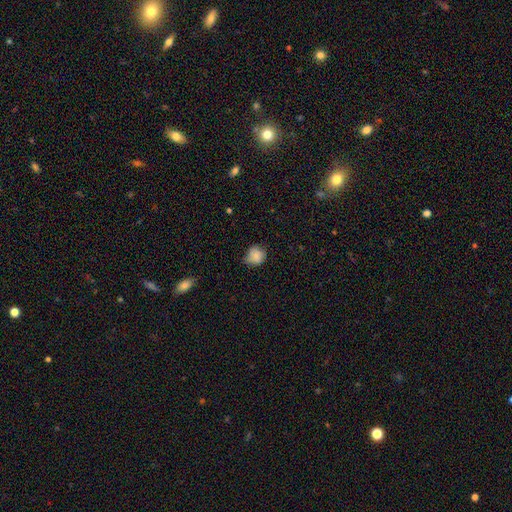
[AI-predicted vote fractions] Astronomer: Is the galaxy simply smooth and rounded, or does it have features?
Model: smooth — 81%.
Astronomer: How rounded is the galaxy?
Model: round — 78%.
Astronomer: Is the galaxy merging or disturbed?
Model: none — 58% (runner-up: minor disturbance, 34%).